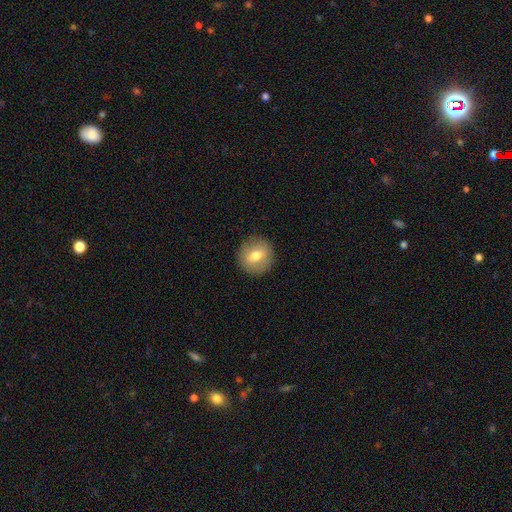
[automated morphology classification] Smooth or featured? Predicted: smooth (p=0.67). How rounded? Predicted: round (p=0.90). Merging? Predicted: none (p=0.89).